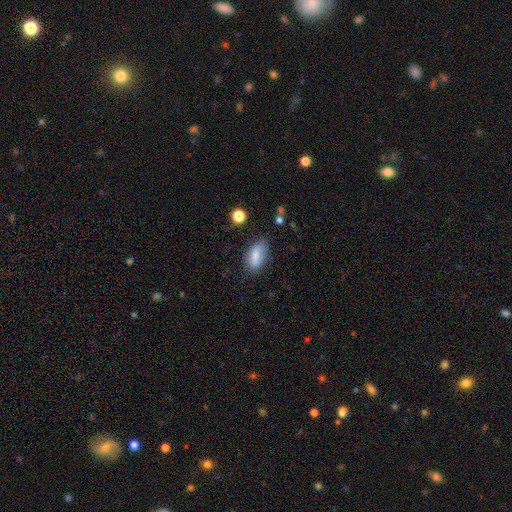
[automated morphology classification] smooth 76%, featured or disk 16%, star or artifact 8%. Down the decision tree: how rounded — in between (84%); merging — none (67%).